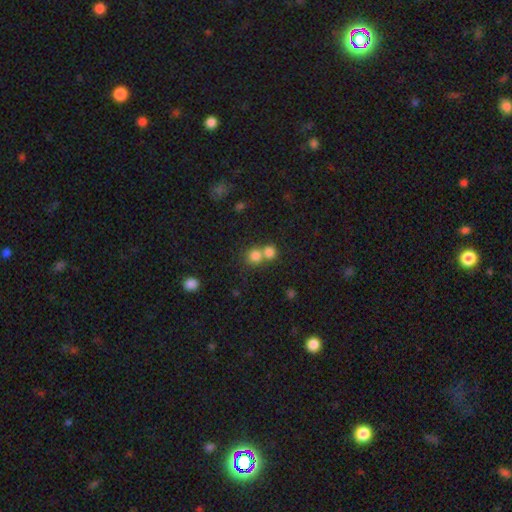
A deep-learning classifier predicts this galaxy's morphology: Smooth or featured?
  - smooth: 79% *
  - star or artifact: 13%
  - featured or disk: 8%
How rounded?
  - round: 87% *
  - in between: 12%
  - cigar-shaped: 1%
Merging?
  - merger: 48% *
  - none: 44%
  - minor disturbance: 5%
  - major disturbance: 3%